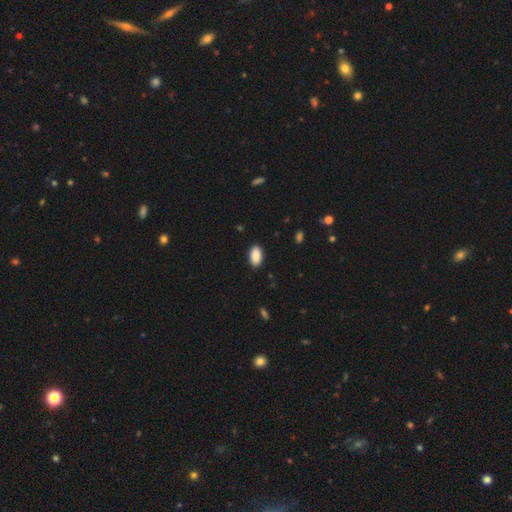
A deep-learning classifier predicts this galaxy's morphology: The model was most divided on "merging": none: 89%, minor disturbance: 8%, major disturbance: 2%, merger: 1%. More confident: how rounded — in between (95%); smooth or featured — smooth (91%).